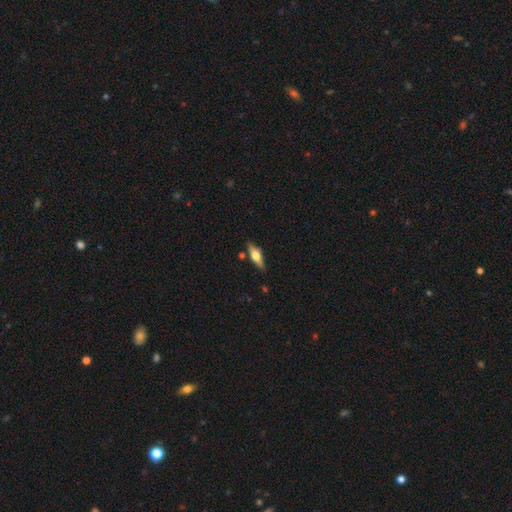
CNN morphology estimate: Smooth or featured? featured or disk (58%)
Edge-on disk? yes (93%)
Edge-on bulge? rounded (93%)
Merging? none (83%)